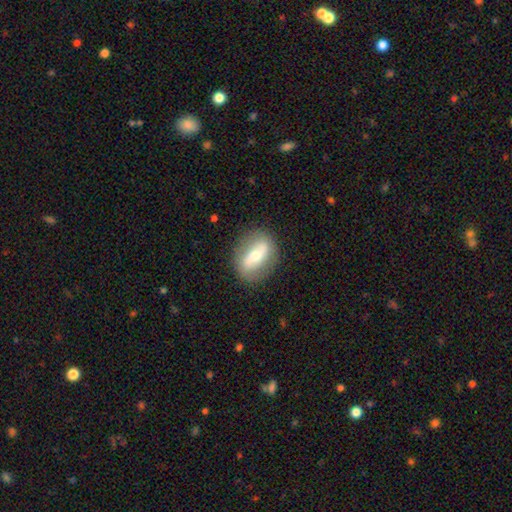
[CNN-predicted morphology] Smooth or featured: featured or disk — 58% (smooth — 36%)
Edge-on disk: no — 88% (yes — 12%)
Bar: strong — 48% (weak — 27%)
Spiral arms: no — 51% (yes — 49%)
Bulge size: moderate — 58% (small — 32%)
Merging: none — 82% (minor disturbance — 12%)